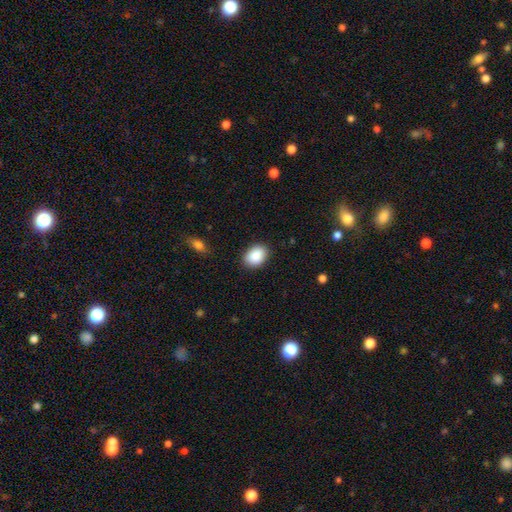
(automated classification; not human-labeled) This appears to be a smooth galaxy with no disk features (90%) that is in between round and cigar-shaped (78%). Merging: none (88%).